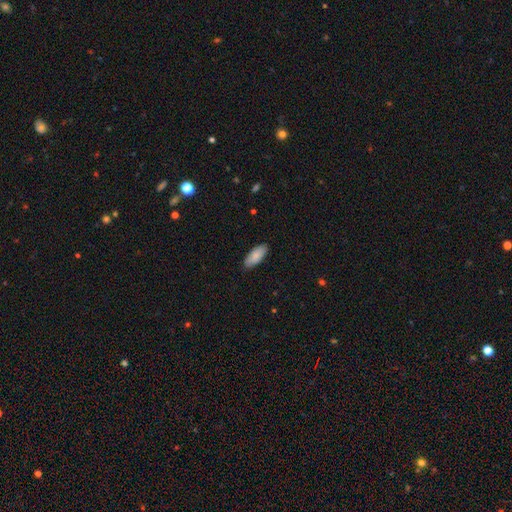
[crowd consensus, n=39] This appears to be a smooth galaxy with no disk features (74%) that is in between round and cigar-shaped (93%). Merging: none (86%).